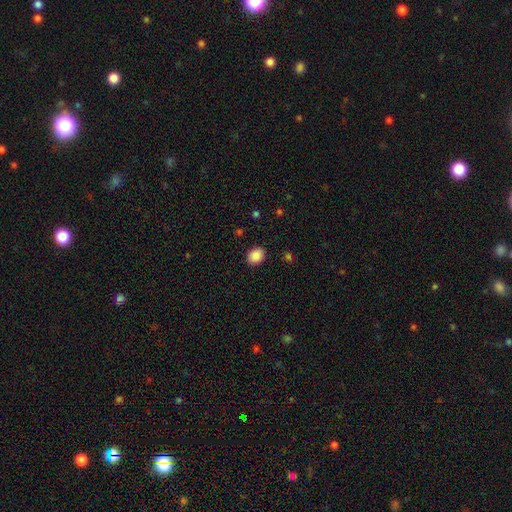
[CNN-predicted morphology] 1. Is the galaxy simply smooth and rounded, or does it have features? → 89% smooth, 8% star or artifact, 3% featured or disk.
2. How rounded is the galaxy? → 57% in between, 42% round, 1% cigar-shaped.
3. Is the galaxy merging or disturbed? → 89% none, 8% minor disturbance, 2% major disturbance, 1% merger.